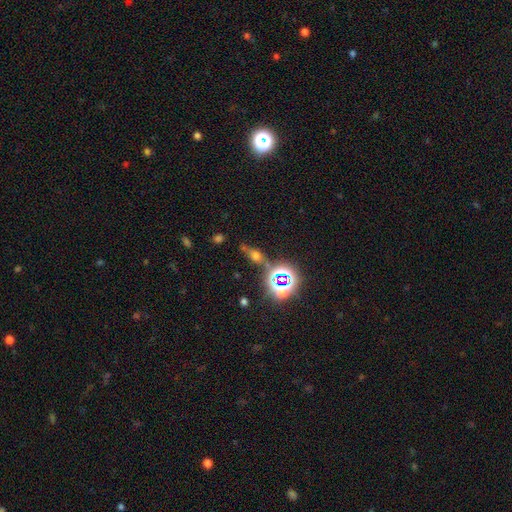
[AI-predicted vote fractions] smooth-or-featured: star or artifact: 38% | smooth: 36% | featured or disk: 26%